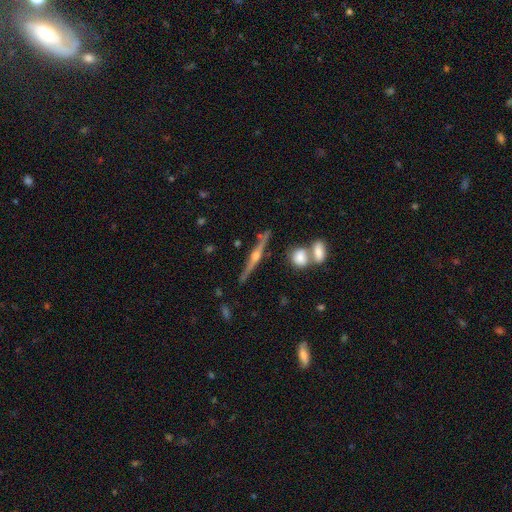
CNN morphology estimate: smooth-or-featured: featured or disk: 83% | smooth: 10% | star or artifact: 7%
  disk-edge-on: yes: 98% | no: 2%
    edge-on-bulge: rounded: 93% | boxy: 4% | none: 3%
  merging: none: 84% | minor disturbance: 9% | merger: 5% | major disturbance: 2%